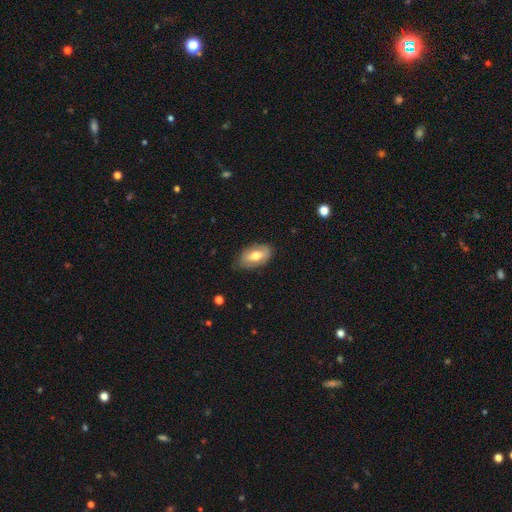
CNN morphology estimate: smooth_or_featured: smooth (p=0.59) [alt: featured or disk p=0.35]
how_rounded: in between (p=0.91) [alt: round p=0.05]
merging: none (p=0.76) [alt: minor disturbance p=0.19]